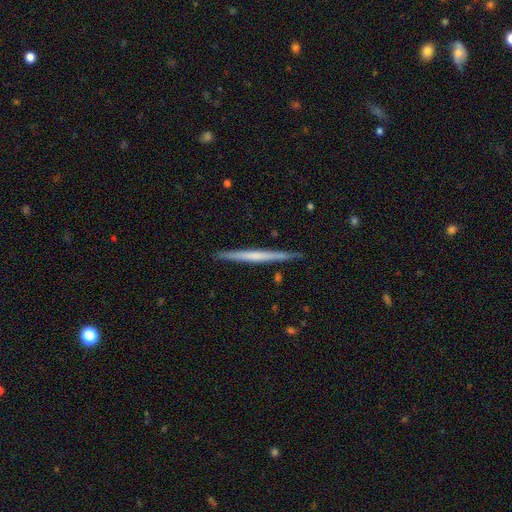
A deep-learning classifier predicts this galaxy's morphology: Smooth or featured?
  - featured or disk: 57% *
  - smooth: 38%
  - star or artifact: 5%
Edge-on disk?
  - yes: 98% *
  - no: 2%
Edge-on bulge?
  - none: 77% *
  - rounded: 15%
  - boxy: 9%
Merging?
  - none: 90% *
  - minor disturbance: 8%
  - major disturbance: 1%
  - merger: 1%